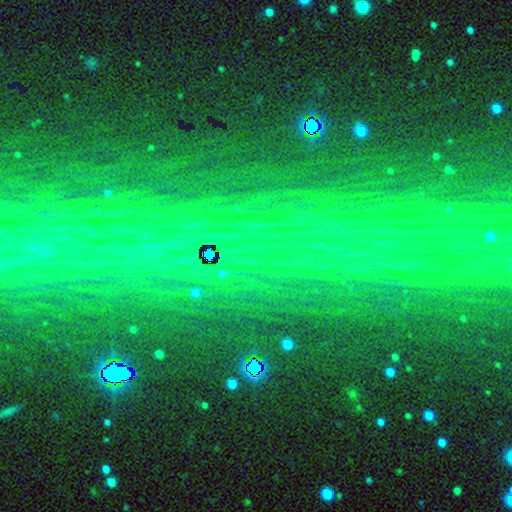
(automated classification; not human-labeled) A star or artifact, not a galaxy (82%).